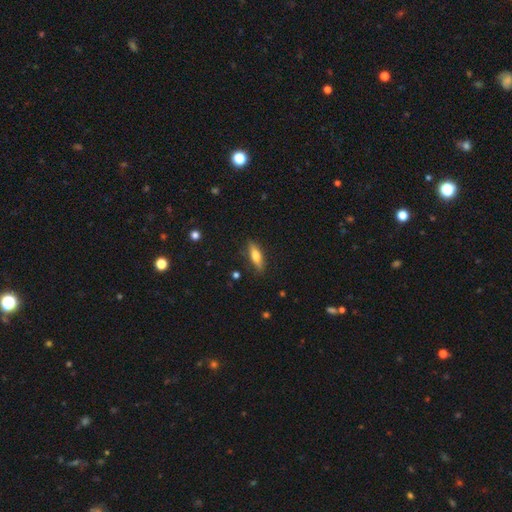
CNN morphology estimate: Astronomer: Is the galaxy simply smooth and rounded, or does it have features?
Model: smooth — 66%.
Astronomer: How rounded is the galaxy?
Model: cigar-shaped — 55% (runner-up: in between, 43%).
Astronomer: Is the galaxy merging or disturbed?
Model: none — 83%.